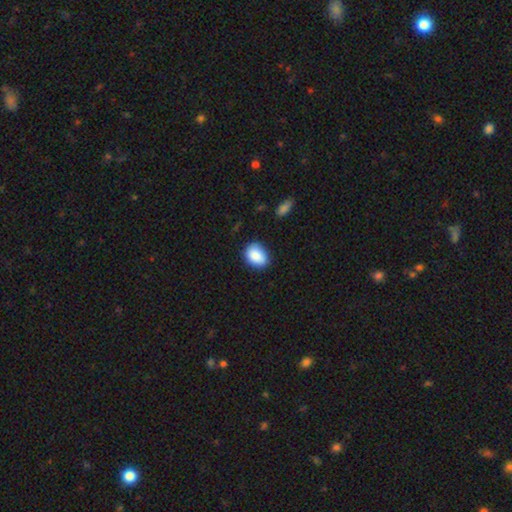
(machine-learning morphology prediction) Smooth or featured? smooth (88%)
How rounded? in between (69%)
Merging? none (79%)